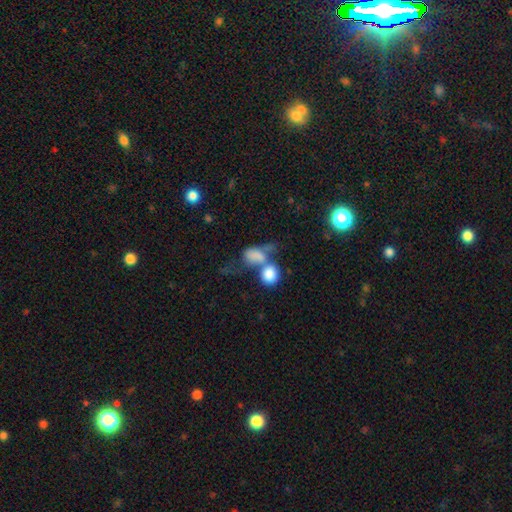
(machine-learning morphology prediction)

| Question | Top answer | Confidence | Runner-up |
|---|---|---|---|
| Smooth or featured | smooth | 74% | featured or disk (16%) |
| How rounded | in between | 70% | round (27%) |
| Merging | merger | 66% | none (14%) |